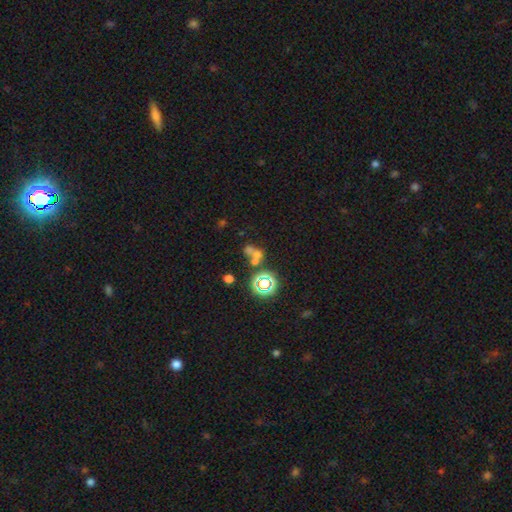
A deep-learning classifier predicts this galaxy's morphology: Smooth or featured: smooth — 47% (star or artifact — 34%)
Merging: merger — 52% (none — 32%)